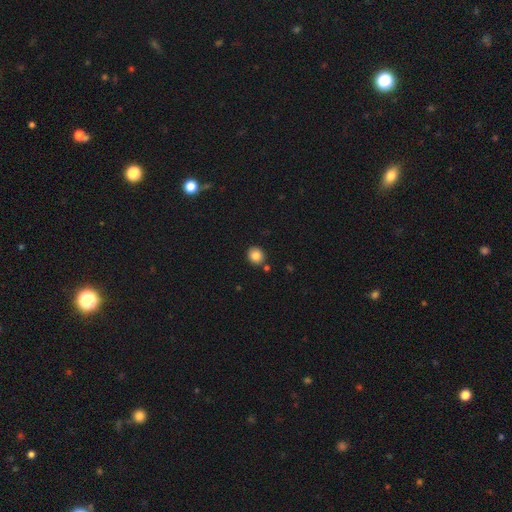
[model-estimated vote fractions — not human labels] The model was most divided on "how rounded": round: 84%, in between: 15%, cigar-shaped: 1%. More confident: merging — none (85%); smooth or featured — smooth (84%).